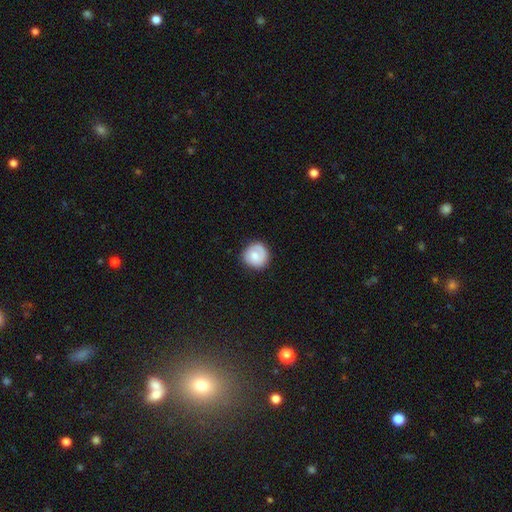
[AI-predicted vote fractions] Smooth or featured? Predicted: smooth (p=0.67). How rounded? Predicted: round (p=0.91). Merging? Predicted: none (p=0.79).